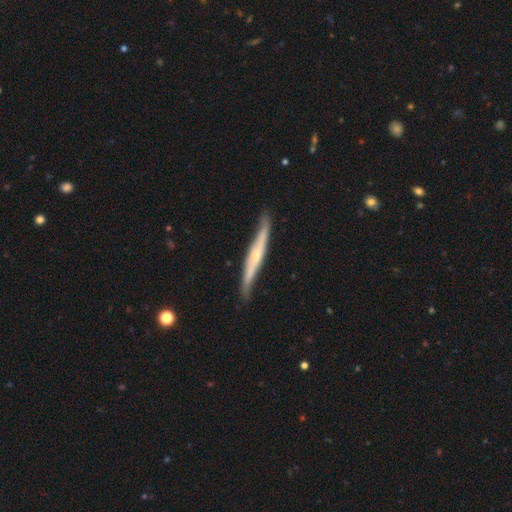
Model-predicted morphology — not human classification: Smooth or featured? Predicted: featured or disk (p=0.70). Edge-on disk? Predicted: yes (p=0.88). Edge-on bulge? Predicted: rounded (p=0.66). Merging? Predicted: none (p=0.79).